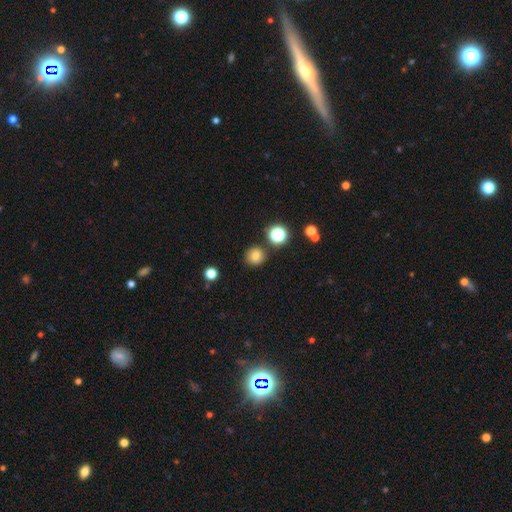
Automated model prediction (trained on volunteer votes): smooth-or-featured: smooth: 77% | star or artifact: 14% | featured or disk: 8%
  how-rounded: round: 92% | in between: 7% | cigar-shaped: 1%
  merging: none: 86% | minor disturbance: 8% | merger: 4% | major disturbance: 2%